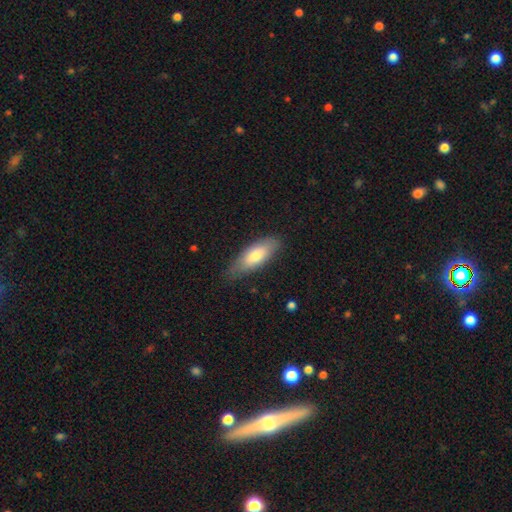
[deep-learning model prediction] Smooth or featured? smooth (74%)
How rounded? in between (68%)
Merging? none (76%)